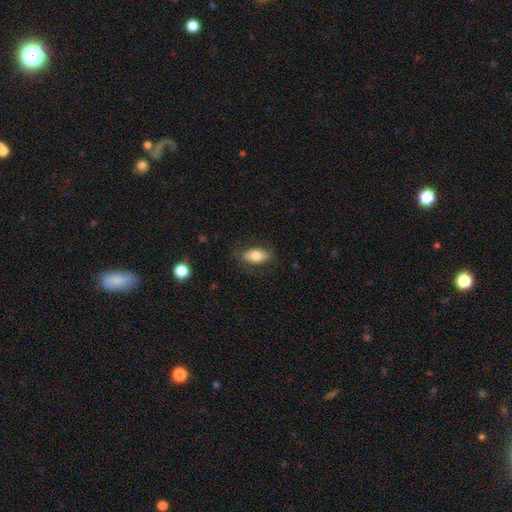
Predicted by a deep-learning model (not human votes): A smooth galaxy with no disk features (74%) that is in between round and cigar-shaped (90%).

Vote fractions:
- Smooth or featured? smooth: 74% / featured or disk: 19% / star or artifact: 7%
- How rounded? in between: 90% / round: 6% / cigar-shaped: 5%
- Merging? none: 78% / minor disturbance: 15% / major disturbance: 5% / merger: 1%